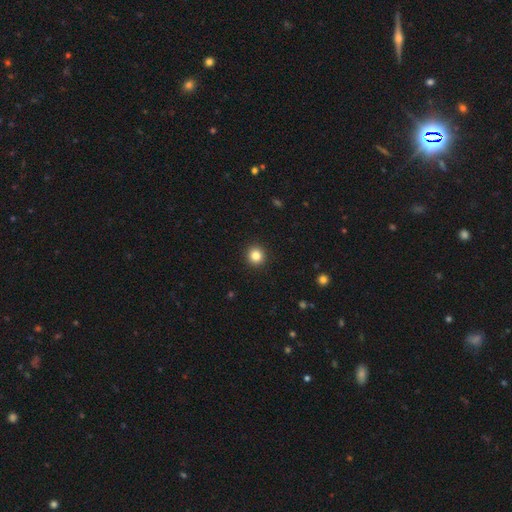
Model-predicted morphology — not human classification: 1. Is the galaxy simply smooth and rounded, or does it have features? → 84% smooth, 11% star or artifact, 5% featured or disk.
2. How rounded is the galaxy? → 94% round, 6% in between, 1% cigar-shaped.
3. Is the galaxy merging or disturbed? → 93% none, 4% minor disturbance, 2% major disturbance, 1% merger.